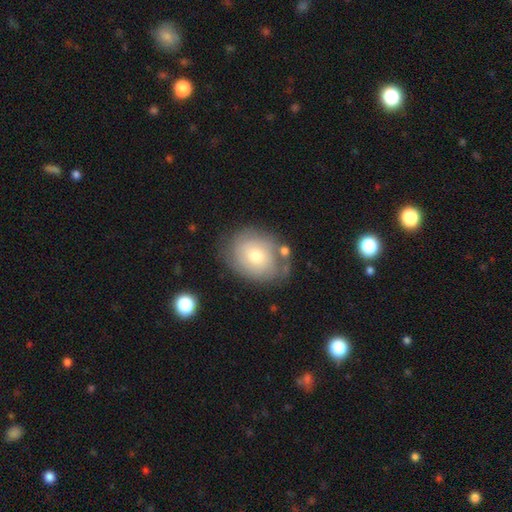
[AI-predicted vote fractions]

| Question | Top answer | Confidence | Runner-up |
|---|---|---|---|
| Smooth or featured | featured or disk | 51% | smooth (41%) |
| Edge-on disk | no | 96% | yes (4%) |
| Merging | none | 67% | minor disturbance (21%) |